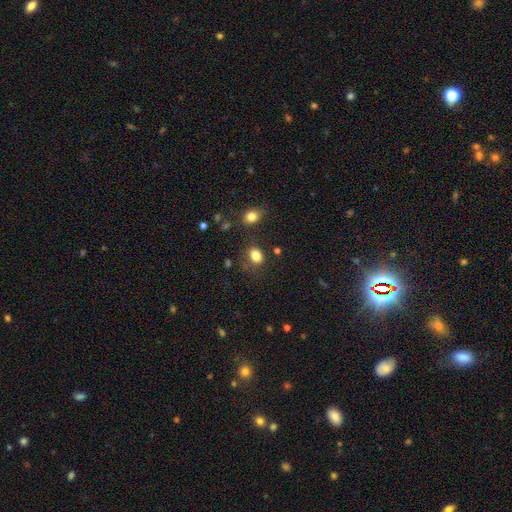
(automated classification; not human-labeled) A smooth galaxy with no disk features (83%) that is in between round and cigar-shaped (62%).

Vote fractions:
- Smooth or featured? smooth: 83% / star or artifact: 11% / featured or disk: 6%
- How rounded? in between: 62% / round: 37% / cigar-shaped: 1%
- Merging? none: 71% / minor disturbance: 18% / major disturbance: 7% / merger: 5%